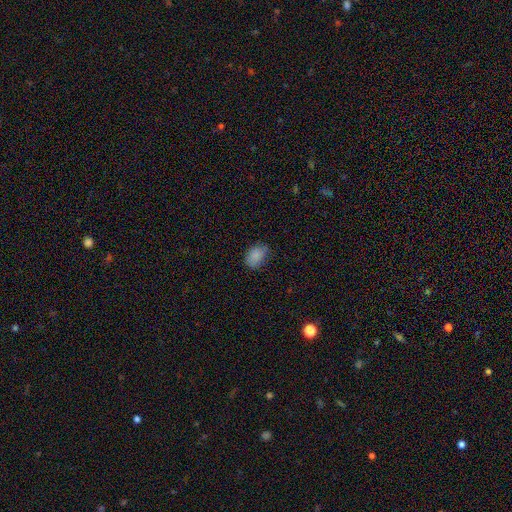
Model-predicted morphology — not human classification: Smooth or featured?
  - smooth: 86% *
  - star or artifact: 9%
  - featured or disk: 5%
How rounded?
  - in between: 79% *
  - round: 20%
  - cigar-shaped: 1%
Merging?
  - none: 68% *
  - minor disturbance: 25%
  - major disturbance: 6%
  - merger: 1%